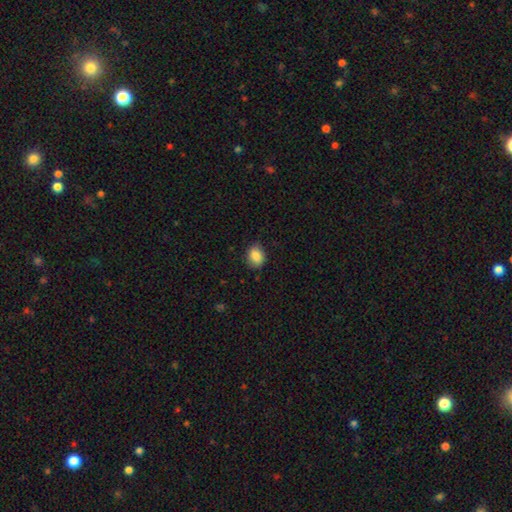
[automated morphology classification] Smooth or featured? Predicted: smooth (p=0.87). How rounded? Predicted: in between (p=0.56). Merging? Predicted: none (p=0.79).